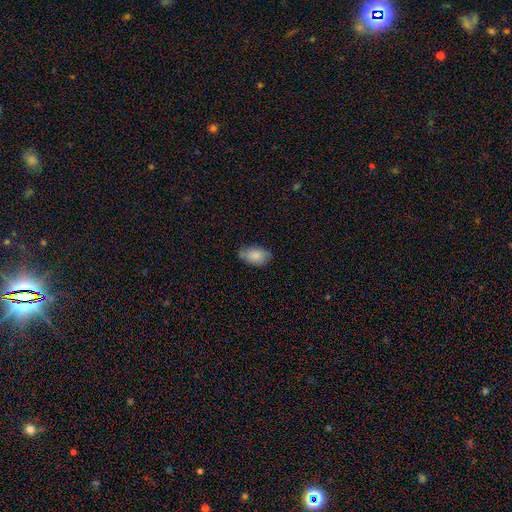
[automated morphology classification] Smooth or featured? Predicted: smooth (p=0.83). How rounded? Predicted: in between (p=0.91). Merging? Predicted: none (p=0.69).